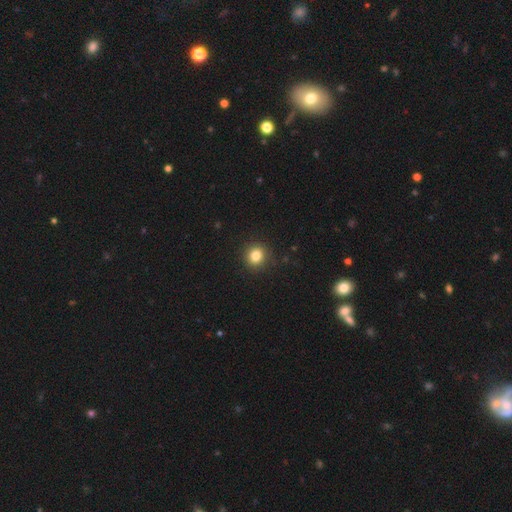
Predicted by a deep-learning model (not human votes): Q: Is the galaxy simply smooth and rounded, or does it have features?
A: smooth — 83%.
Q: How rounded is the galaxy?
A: round — 89%.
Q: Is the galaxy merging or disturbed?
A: none — 91%.